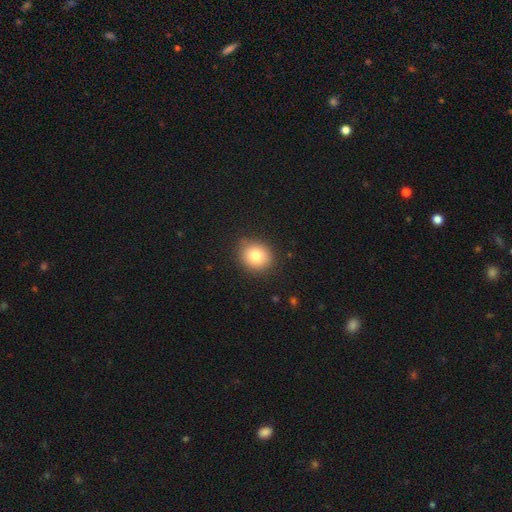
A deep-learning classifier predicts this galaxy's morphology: smooth-or-featured: smooth: 79% | star or artifact: 11% | featured or disk: 10%
  how-rounded: round: 76% | in between: 23% | cigar-shaped: 1%
  merging: none: 87% | minor disturbance: 10% | major disturbance: 2% | merger: 1%